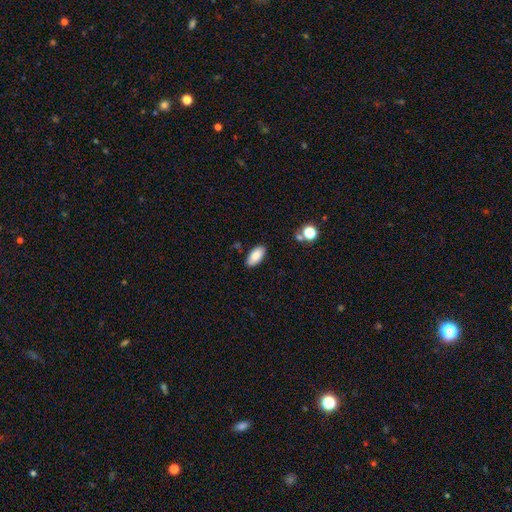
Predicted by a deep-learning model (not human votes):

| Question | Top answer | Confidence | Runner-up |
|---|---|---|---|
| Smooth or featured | smooth | 85% | star or artifact (8%) |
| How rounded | in between | 91% | cigar-shaped (7%) |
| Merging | none | 85% | minor disturbance (10%) |